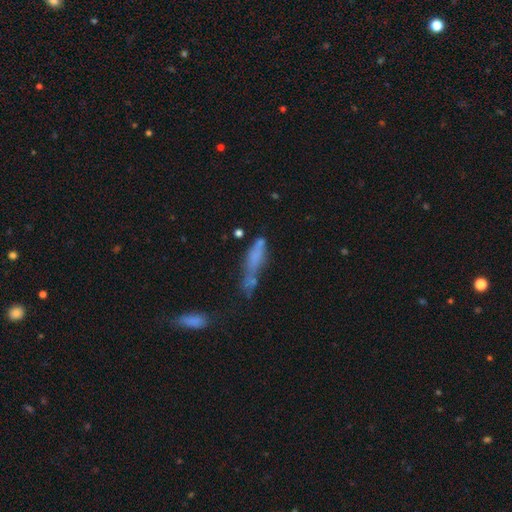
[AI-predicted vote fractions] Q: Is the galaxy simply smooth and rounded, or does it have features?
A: smooth — 58%.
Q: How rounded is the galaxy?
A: cigar-shaped — 68%.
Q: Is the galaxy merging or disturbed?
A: none — 34%.